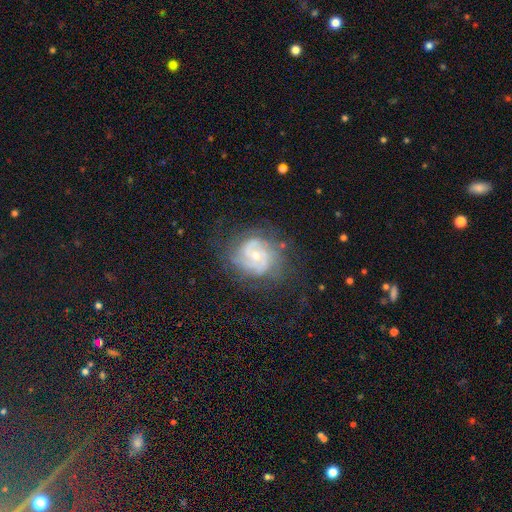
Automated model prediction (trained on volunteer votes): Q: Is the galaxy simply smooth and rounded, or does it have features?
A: featured or disk — 83%.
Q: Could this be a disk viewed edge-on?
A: no — 98%.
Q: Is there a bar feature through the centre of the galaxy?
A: no — 64%.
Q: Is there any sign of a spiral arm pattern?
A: yes — 94%.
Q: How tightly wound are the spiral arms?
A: tight — 54%.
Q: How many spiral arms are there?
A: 2 — 40%.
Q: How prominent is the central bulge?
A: small — 59%.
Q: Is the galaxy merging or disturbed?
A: none — 69%.